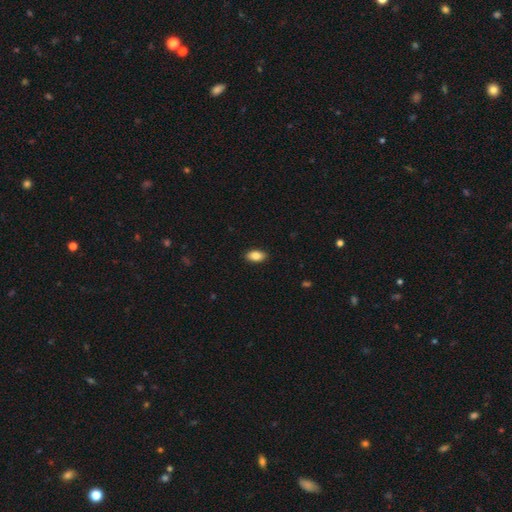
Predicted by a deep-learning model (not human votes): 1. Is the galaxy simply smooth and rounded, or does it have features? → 85% smooth, 8% featured or disk, 7% star or artifact.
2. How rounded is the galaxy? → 92% in between, 4% round, 4% cigar-shaped.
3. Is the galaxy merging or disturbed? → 89% none, 8% minor disturbance, 2% major disturbance, 1% merger.